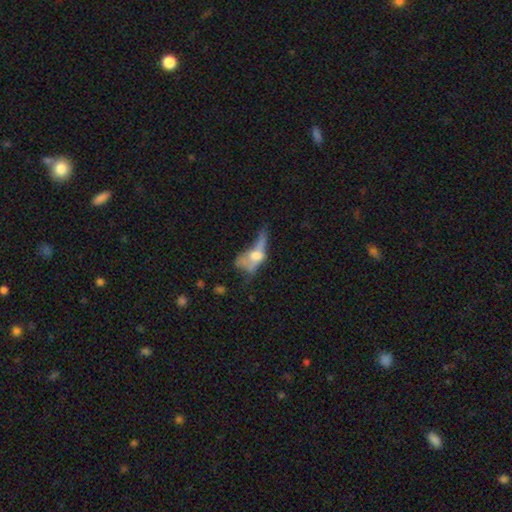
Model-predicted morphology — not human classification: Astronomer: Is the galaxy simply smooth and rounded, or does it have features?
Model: featured or disk — 49% (runner-up: smooth, 38%).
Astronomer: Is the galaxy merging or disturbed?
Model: major disturbance — 47%.